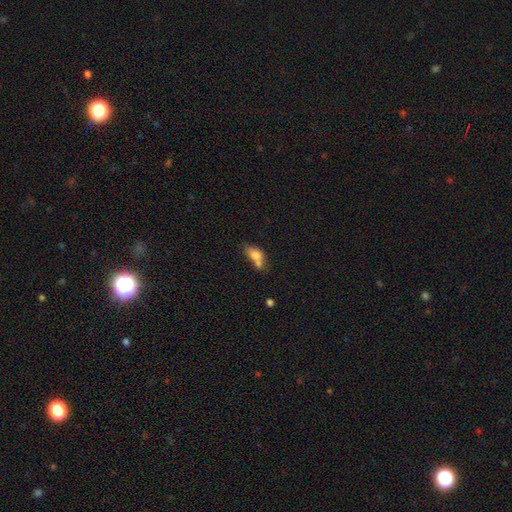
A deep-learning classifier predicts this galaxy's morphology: type=smooth (72%); roundness=in between (77%); merging=merger (52%).